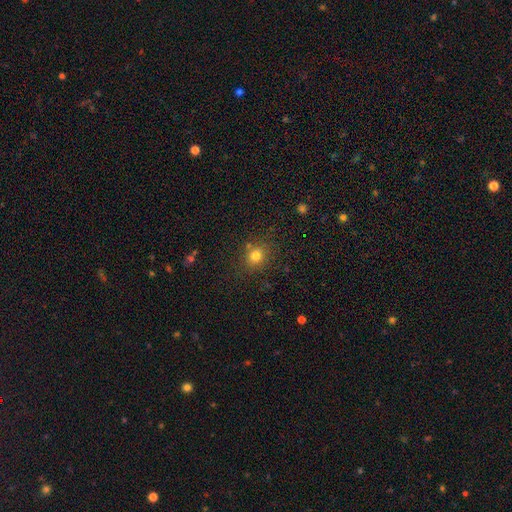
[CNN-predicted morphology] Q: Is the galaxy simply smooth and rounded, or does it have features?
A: smooth — 78%.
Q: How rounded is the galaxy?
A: round — 76%.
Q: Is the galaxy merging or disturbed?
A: none — 80%.